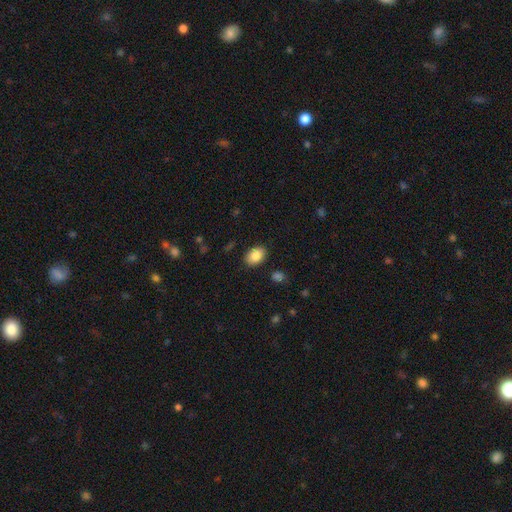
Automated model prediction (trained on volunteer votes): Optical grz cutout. It shows a smooth galaxy with no disk features (86%) that is in between round and cigar-shaped (81%). Merging: none (87%).